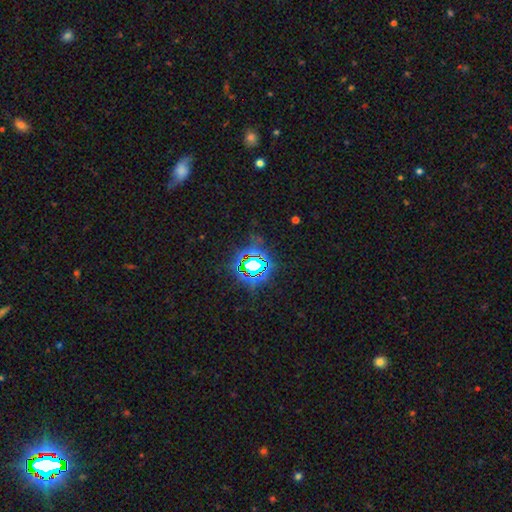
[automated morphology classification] The model was most divided on "smooth or featured": star or artifact: 80%, smooth: 12%, featured or disk: 8%.